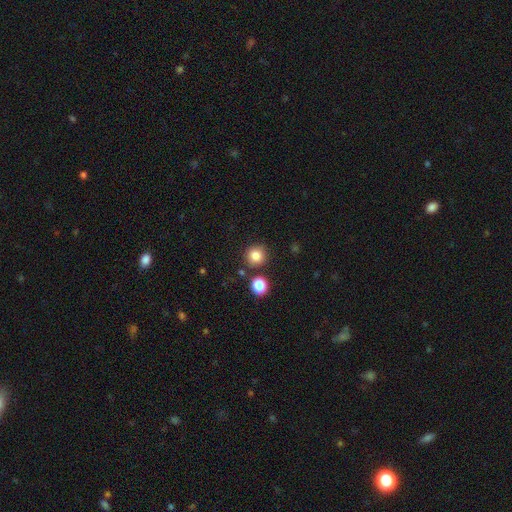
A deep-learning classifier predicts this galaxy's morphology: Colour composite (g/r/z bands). It shows a smooth galaxy with no disk features (82%) that is round (92%). Merging: none (83%).